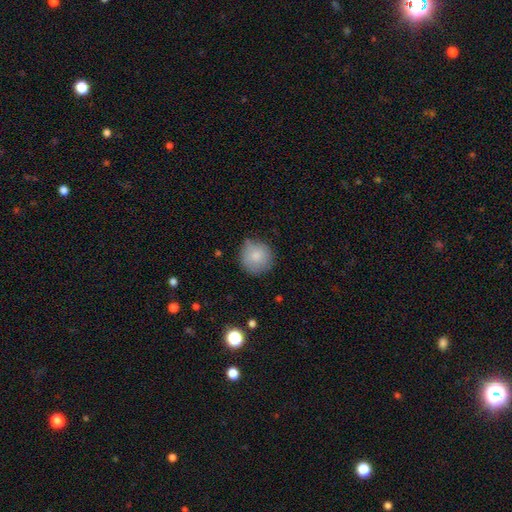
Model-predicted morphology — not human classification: smooth 83%, featured or disk 10%, star or artifact 7%. Down the decision tree: how rounded — round (94%); merging — none (79%).